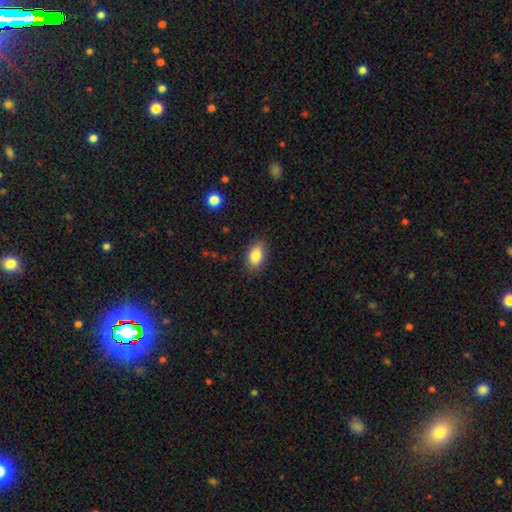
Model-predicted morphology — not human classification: A smooth galaxy with no disk features (84%) that is in between round and cigar-shaped (89%). Merging: none (86%).